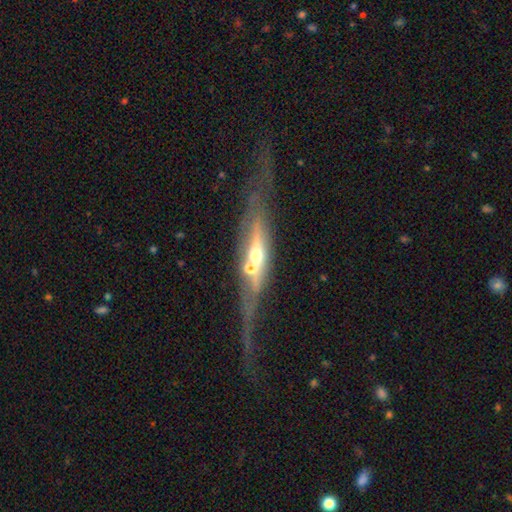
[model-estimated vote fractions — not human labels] Smooth or featured?
  - featured or disk: 71% *
  - smooth: 21%
  - star or artifact: 8%
Edge-on disk?
  - yes: 84% *
  - no: 16%
Edge-on bulge?
  - rounded: 90% *
  - boxy: 5%
  - none: 5%
Merging?
  - none: 54% *
  - merger: 19%
  - minor disturbance: 17%
  - major disturbance: 10%